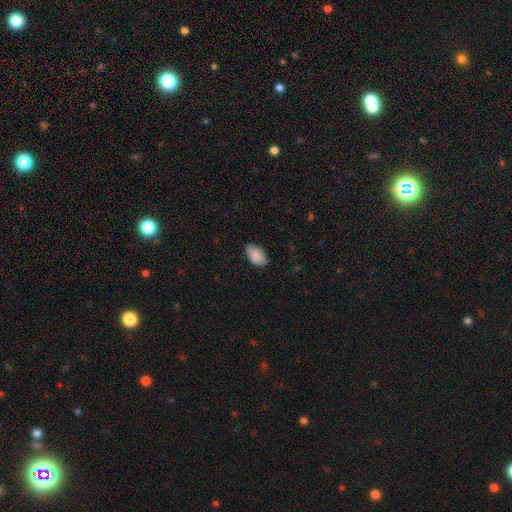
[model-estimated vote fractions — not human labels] This is clearly a smooth galaxy (88%). How rounded: clearly in between (94%). Merging: likely none (79%).